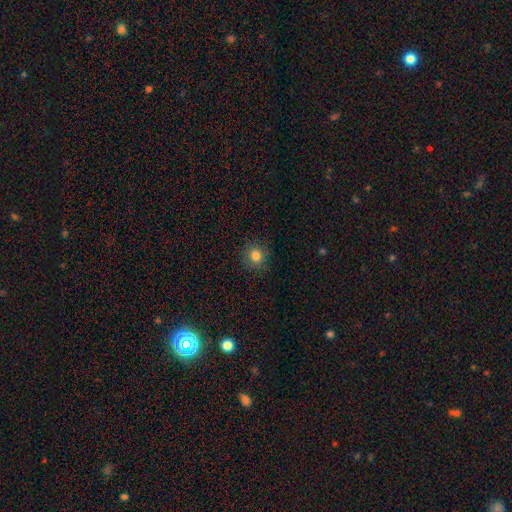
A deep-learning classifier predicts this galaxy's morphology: Overall: smooth (82%). How rounded: round (85%). Merging: none (87%).